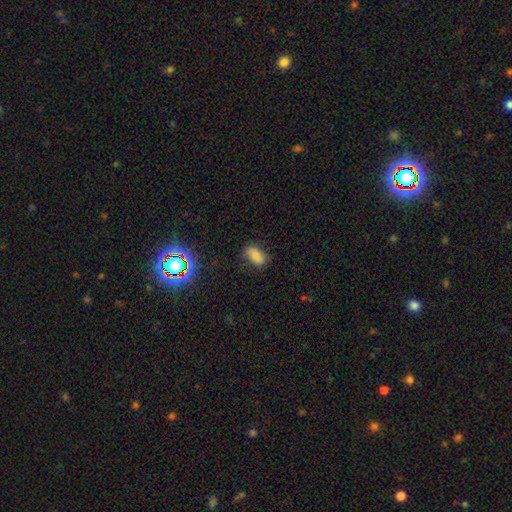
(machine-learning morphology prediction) The model was most divided on "merging": none: 75%, minor disturbance: 19%, major disturbance: 5%, merger: 1%. More confident: how rounded — in between (91%); smooth or featured — smooth (78%).